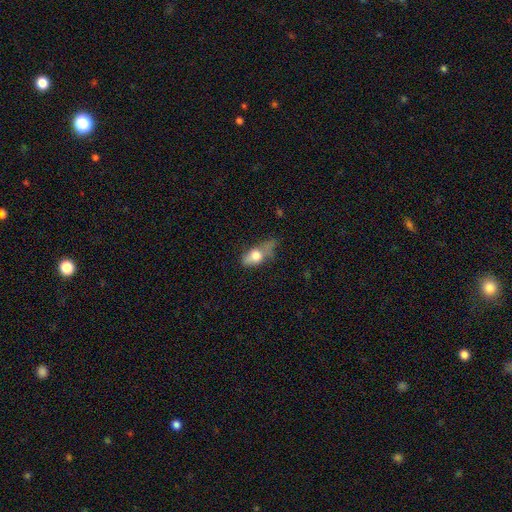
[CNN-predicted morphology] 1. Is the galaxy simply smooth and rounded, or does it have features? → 66% smooth, 25% featured or disk, 9% star or artifact.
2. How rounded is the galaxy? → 74% in between, 13% cigar-shaped, 12% round.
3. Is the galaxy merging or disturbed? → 34% minor disturbance, 30% none, 30% major disturbance, 6% merger.